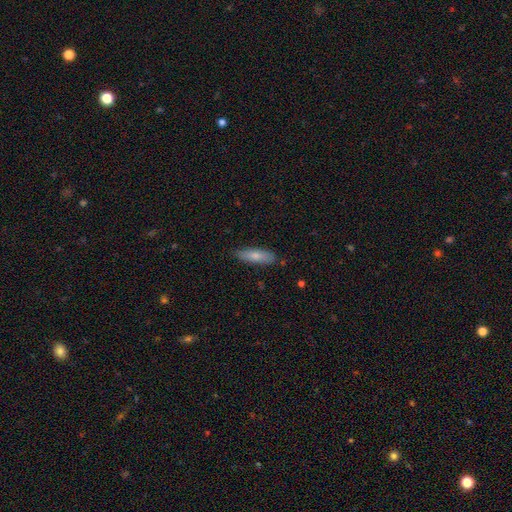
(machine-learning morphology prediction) smooth-or-featured: smooth: 78% | featured or disk: 16% | star or artifact: 6%
  how-rounded: in between: 50% | cigar-shaped: 48% | round: 2%
  merging: none: 84% | minor disturbance: 12% | major disturbance: 2% | merger: 1%